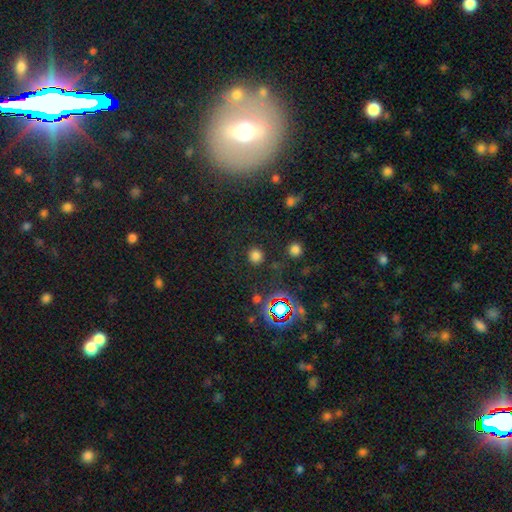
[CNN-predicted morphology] Smooth or featured: smooth — 73% (star or artifact — 21%)
How rounded: round — 92% (in between — 7%)
Merging: none — 87% (minor disturbance — 7%)